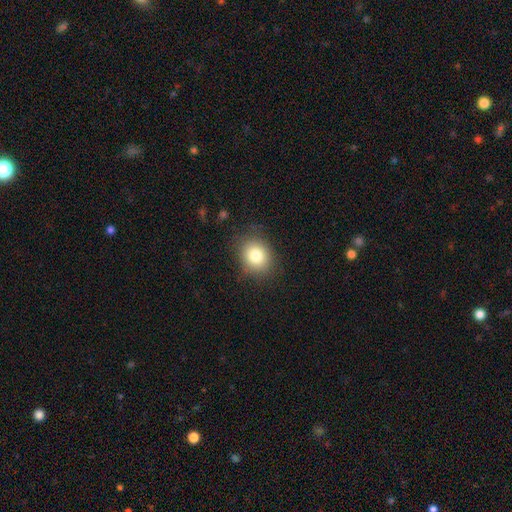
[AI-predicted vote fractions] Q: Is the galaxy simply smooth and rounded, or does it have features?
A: smooth — 80%.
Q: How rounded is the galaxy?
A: round — 67%.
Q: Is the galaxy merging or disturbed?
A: none — 84%.